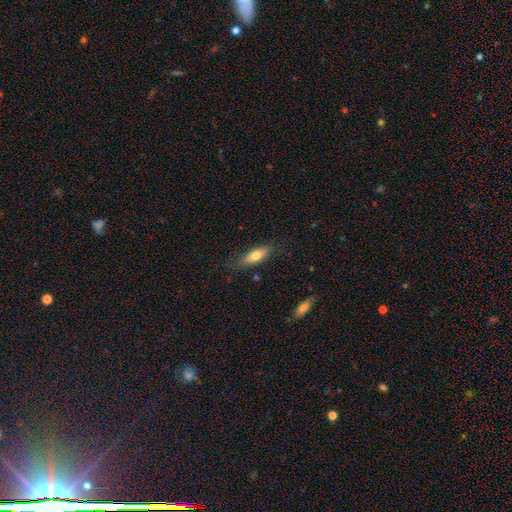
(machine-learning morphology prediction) smooth-or-featured: smooth: 69% | featured or disk: 25% | star or artifact: 6%
  how-rounded: in between: 63% | cigar-shaped: 35% | round: 3%
  merging: none: 73% | minor disturbance: 20% | major disturbance: 5% | merger: 2%